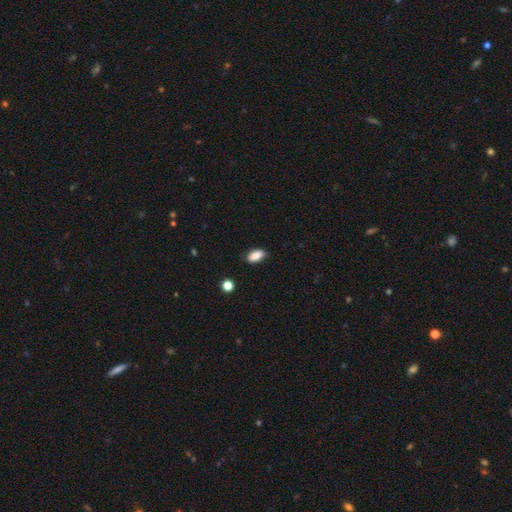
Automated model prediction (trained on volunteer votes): smooth 87%, star or artifact 8%, featured or disk 5%. Down the decision tree: how rounded — in between (90%); merging — none (82%).